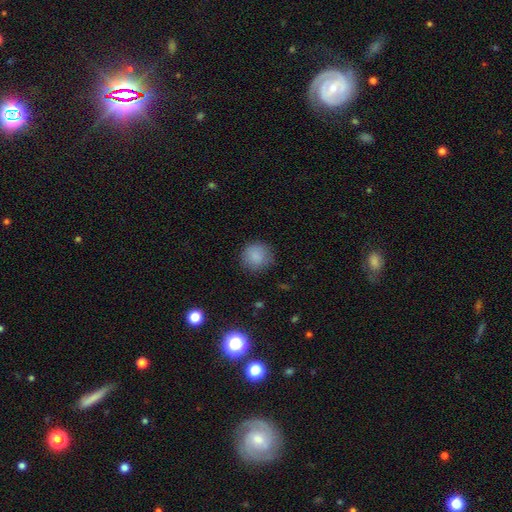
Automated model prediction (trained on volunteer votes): smooth_or_featured: smooth (p=0.86) [alt: star or artifact p=0.09]
how_rounded: round (p=0.92) [alt: in between p=0.07]
merging: none (p=0.84) [alt: minor disturbance p=0.12]